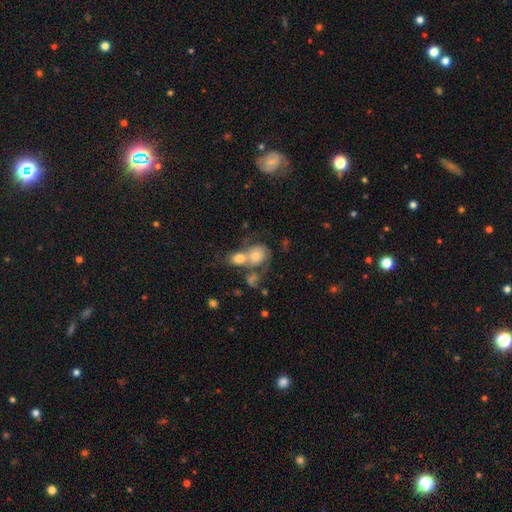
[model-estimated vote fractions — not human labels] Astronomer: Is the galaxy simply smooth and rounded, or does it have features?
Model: smooth — 58%.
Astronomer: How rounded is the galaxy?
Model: round — 60% (runner-up: in between, 39%).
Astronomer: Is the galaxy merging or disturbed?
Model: merger — 64%.